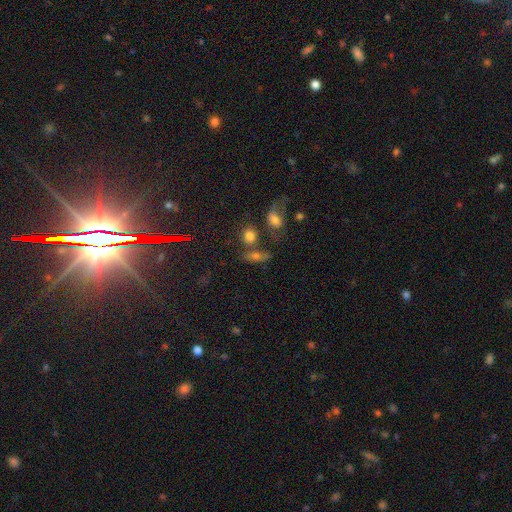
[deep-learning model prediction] This appears to be a smooth galaxy with no disk features (56%) that is in between round and cigar-shaped (59%). Merging: none (52%).